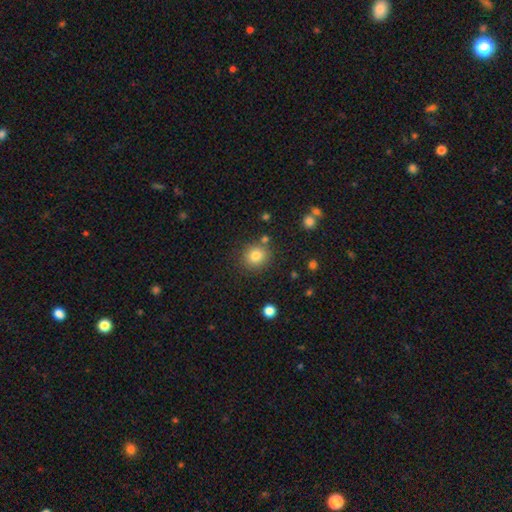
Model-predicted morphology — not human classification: Smooth or featured?
  - smooth: 81% *
  - star or artifact: 12%
  - featured or disk: 8%
How rounded?
  - round: 85% *
  - in between: 14%
  - cigar-shaped: 1%
Merging?
  - none: 81% *
  - minor disturbance: 10%
  - merger: 7%
  - major disturbance: 3%